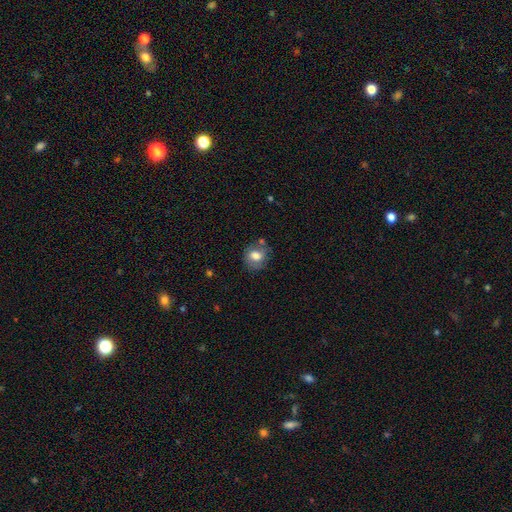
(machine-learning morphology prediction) Smooth or featured: smooth — 67% (featured or disk — 24%)
How rounded: round — 66% (in between — 33%)
Merging: none — 64% (minor disturbance — 22%)